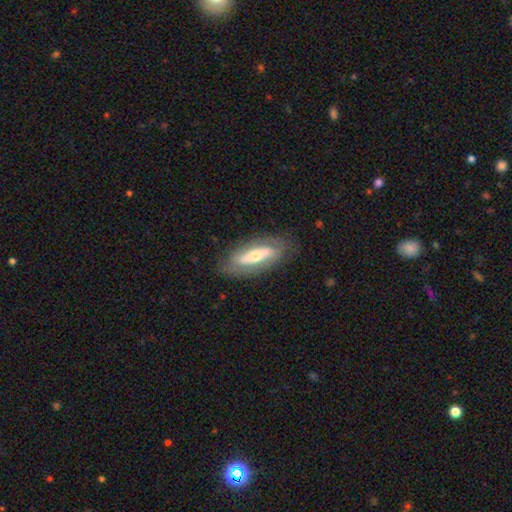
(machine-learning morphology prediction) type=featured or disk (60%); edge-on=no (71%); merging=none (81%).